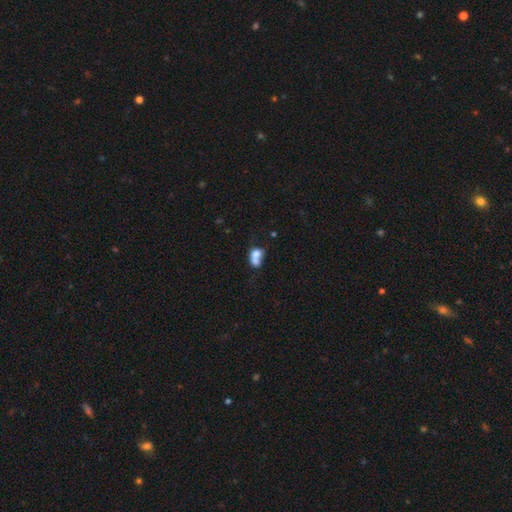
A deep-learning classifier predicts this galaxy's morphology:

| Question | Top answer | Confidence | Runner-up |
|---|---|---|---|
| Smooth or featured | smooth | 69% | featured or disk (20%) |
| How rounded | in between | 57% | round (41%) |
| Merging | merger | 66% | none (18%) |